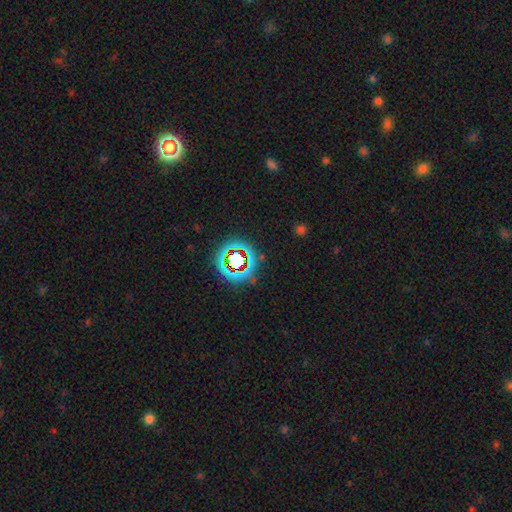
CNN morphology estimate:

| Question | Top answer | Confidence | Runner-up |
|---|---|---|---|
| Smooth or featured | star or artifact | 75% | smooth (14%) |